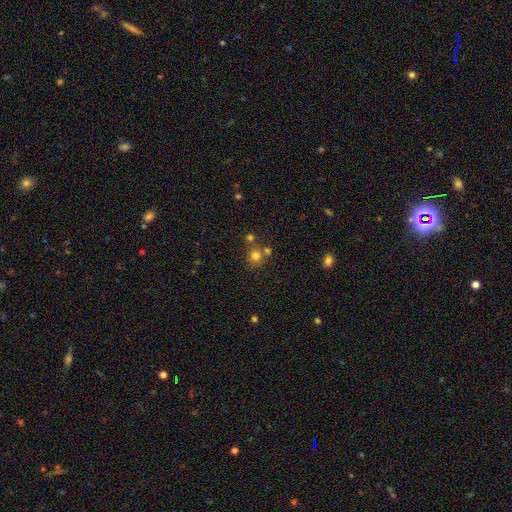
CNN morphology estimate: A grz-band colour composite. It shows a smooth galaxy with no disk features (74%) that is round (88%). Merging: none (64%).